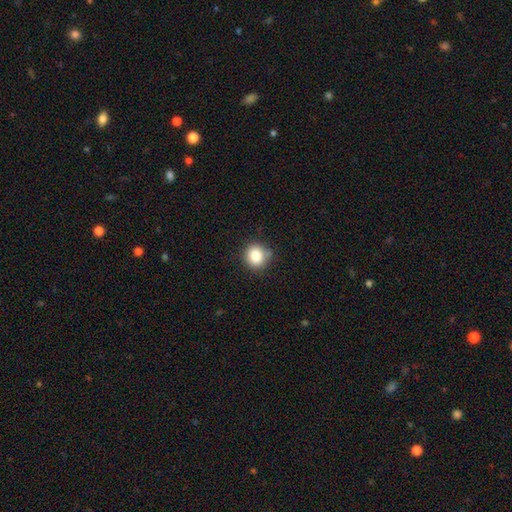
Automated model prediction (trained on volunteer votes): Overall: smooth (84%). How rounded: round (85%). Merging: none (79%).